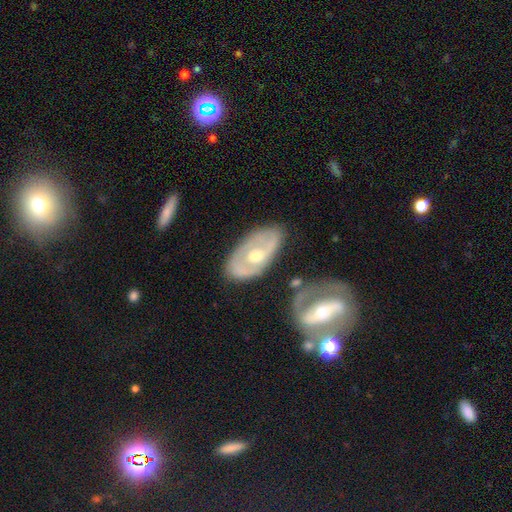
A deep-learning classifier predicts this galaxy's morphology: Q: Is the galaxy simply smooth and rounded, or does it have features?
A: featured or disk — 68%.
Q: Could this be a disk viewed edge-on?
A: no — 89%.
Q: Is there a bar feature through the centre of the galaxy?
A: no — 67%.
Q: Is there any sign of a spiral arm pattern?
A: no — 57%.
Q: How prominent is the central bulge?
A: moderate — 77%.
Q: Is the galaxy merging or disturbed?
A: none — 70%.